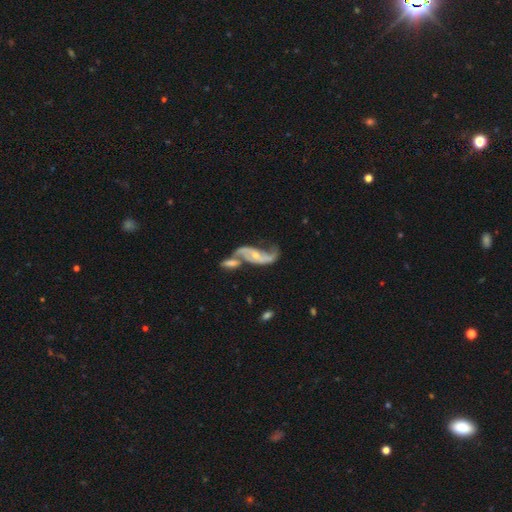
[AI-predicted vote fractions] Morphology: type=featured or disk (84%); edge-on=no (93%); bar=no (48%); spiral arms=yes (92%); winding=loose (72%); arm count=2 (88%); bulge=small (60%); merging=merger (46%).